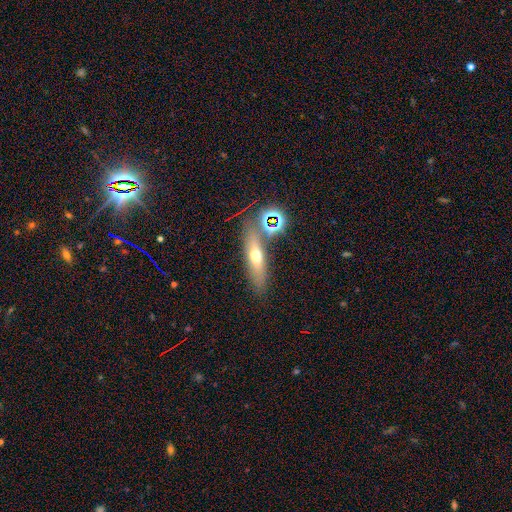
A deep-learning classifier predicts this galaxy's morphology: smooth_or_featured: smooth (p=0.49) [alt: featured or disk p=0.35]
merging: none (p=0.76) [alt: minor disturbance p=0.11]